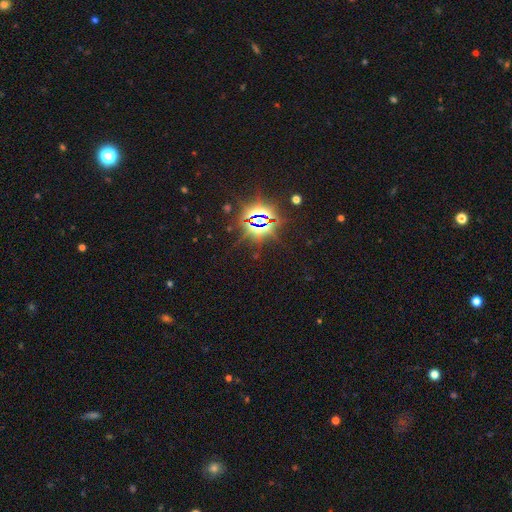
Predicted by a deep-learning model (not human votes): The model was most divided on "smooth or featured": star or artifact: 84%, smooth: 9%, featured or disk: 7%.